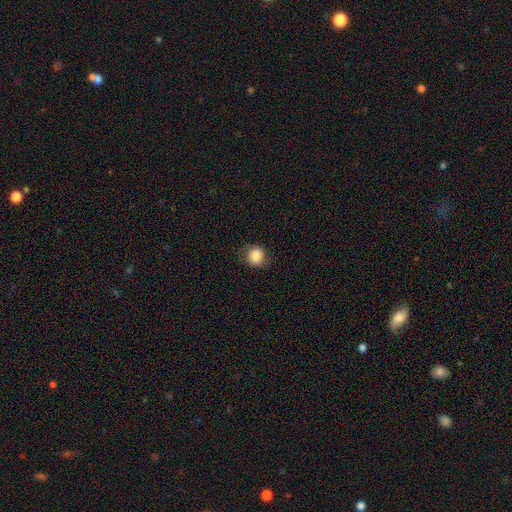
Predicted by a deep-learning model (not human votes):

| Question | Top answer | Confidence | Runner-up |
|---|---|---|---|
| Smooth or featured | smooth | 82% | star or artifact (9%) |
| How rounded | round | 84% | in between (15%) |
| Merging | none | 80% | minor disturbance (14%) |